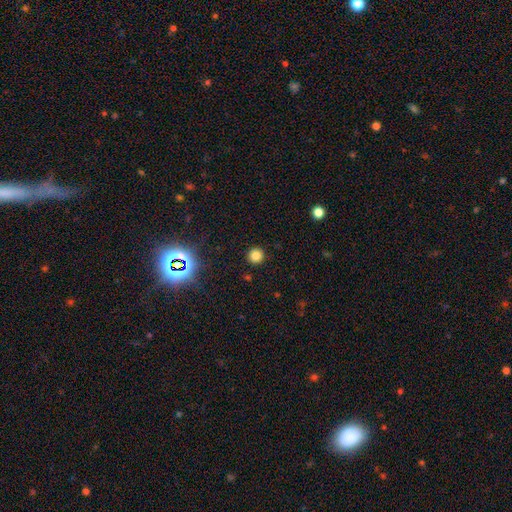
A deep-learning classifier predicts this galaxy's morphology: Q: Smooth or featured?
A: smooth (81%); runner-up: star or artifact (15%)
Q: How rounded?
A: round (95%); runner-up: in between (4%)
Q: Merging?
A: none (92%); runner-up: minor disturbance (5%)